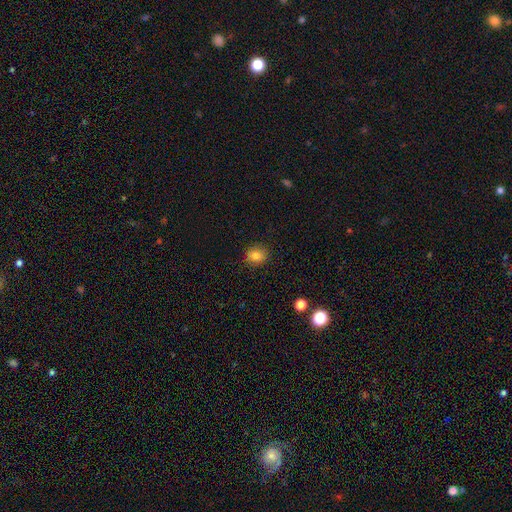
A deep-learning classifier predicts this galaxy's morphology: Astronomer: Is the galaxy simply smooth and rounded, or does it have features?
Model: smooth — 83%.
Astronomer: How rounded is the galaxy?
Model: round — 68%.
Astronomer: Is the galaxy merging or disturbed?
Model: none — 86%.